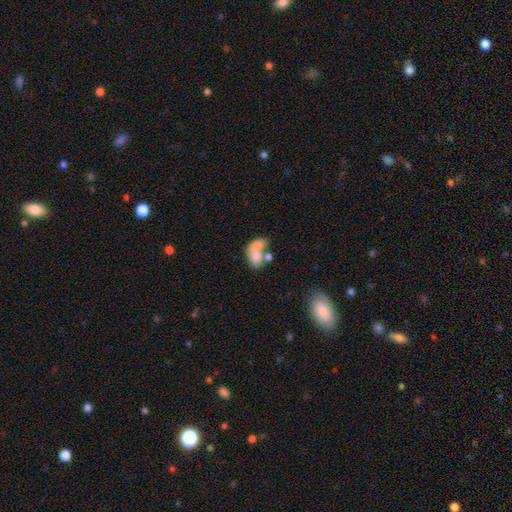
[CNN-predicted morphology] smooth-or-featured: smooth: 70% | featured or disk: 21% | star or artifact: 9%
  how-rounded: in between: 84% | round: 14% | cigar-shaped: 2%
  merging: merger: 63% | none: 17% | major disturbance: 11% | minor disturbance: 9%